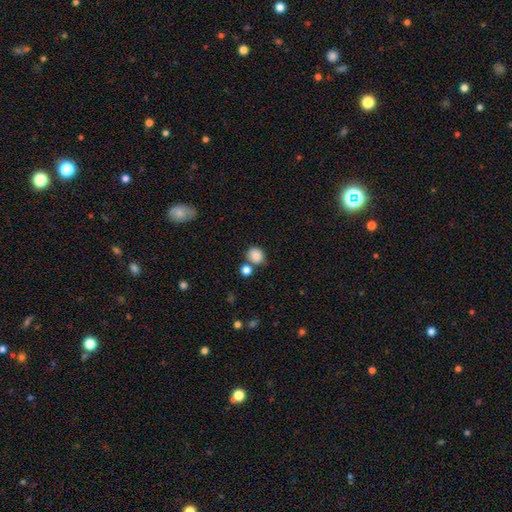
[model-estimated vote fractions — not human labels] smooth 86%, star or artifact 10%, featured or disk 4%. Down the decision tree: how rounded — round (68%); merging — none (65%).